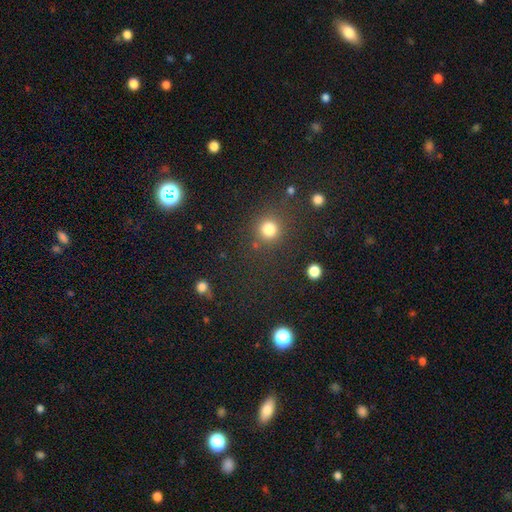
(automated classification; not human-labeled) smooth-or-featured: smooth: 53% | star or artifact: 41% | featured or disk: 6%
  how-rounded: round: 90% | in between: 9% | cigar-shaped: 1%
  merging: none: 84% | minor disturbance: 8% | major disturbance: 4% | merger: 4%